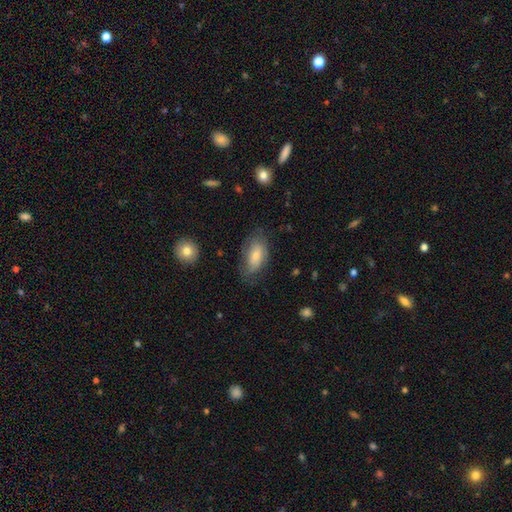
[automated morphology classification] A smooth galaxy with no disk features (62%) that is in between round and cigar-shaped (91%). Merging: none (63%).